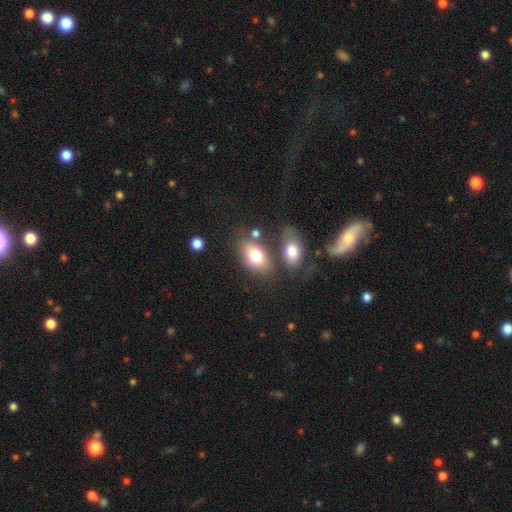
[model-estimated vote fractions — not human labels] This appears to be a smooth galaxy with no disk features (77%) that is in between round and cigar-shaped (89%). Merging: none (59%).